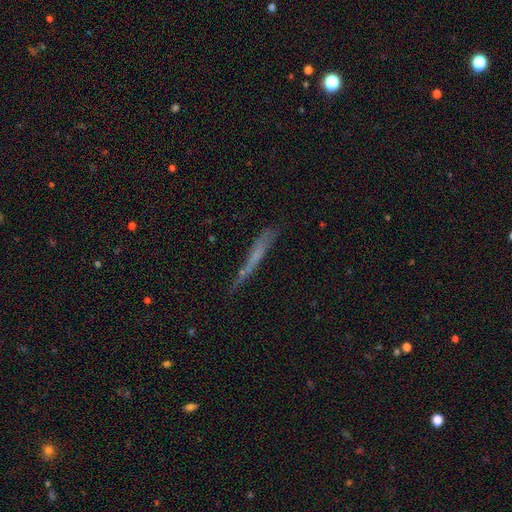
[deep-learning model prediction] A smooth galaxy with no disk features (49%).

Vote fractions:
- Smooth or featured? smooth: 49% / featured or disk: 41% / star or artifact: 11%
- Merging? none: 61% / minor disturbance: 25% / major disturbance: 10% / merger: 4%